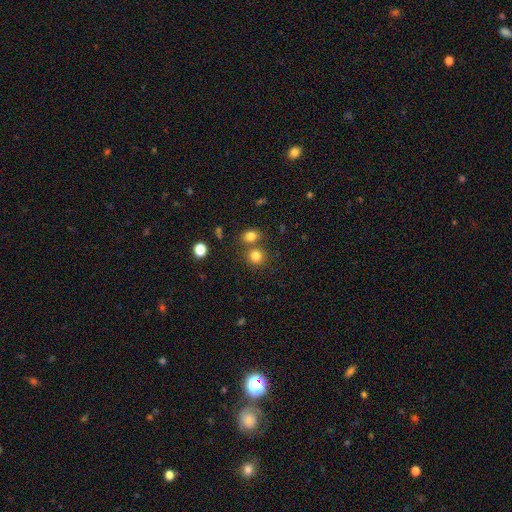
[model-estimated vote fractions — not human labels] The model was most divided on "merging": none: 64%, merger: 25%, minor disturbance: 8%, major disturbance: 3%. More confident: how rounded — round (82%); smooth or featured — smooth (81%).